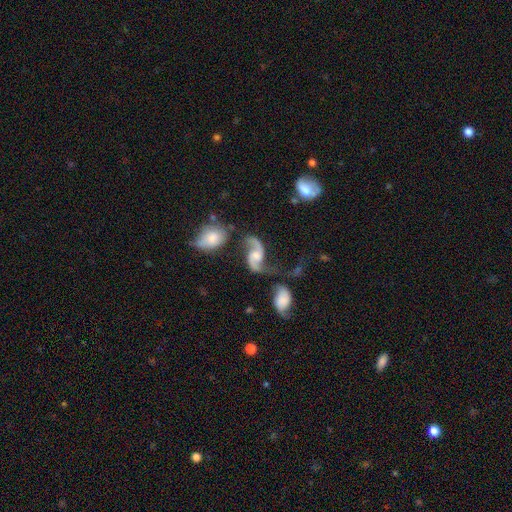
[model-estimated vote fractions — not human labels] This appears to be a featured or disk galaxy (89%) with no bar (53%), 2 (93%) loose (78%) spiral arms (96%) and a moderate central bulge (46%). Merging: none (45%).